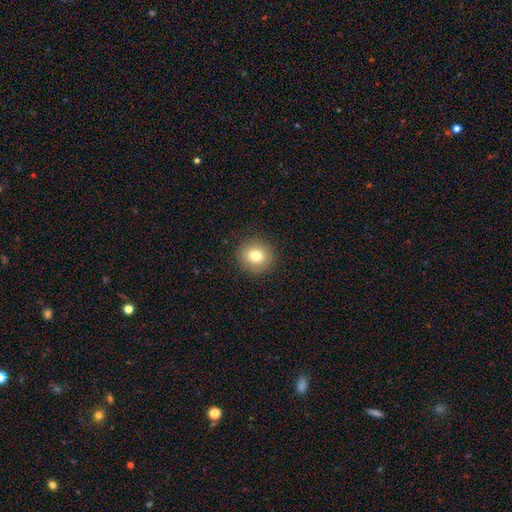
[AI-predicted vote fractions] The model was most divided on "smooth or featured": smooth: 78%, featured or disk: 11%, star or artifact: 11%. More confident: merging — none (90%); how rounded — round (89%).